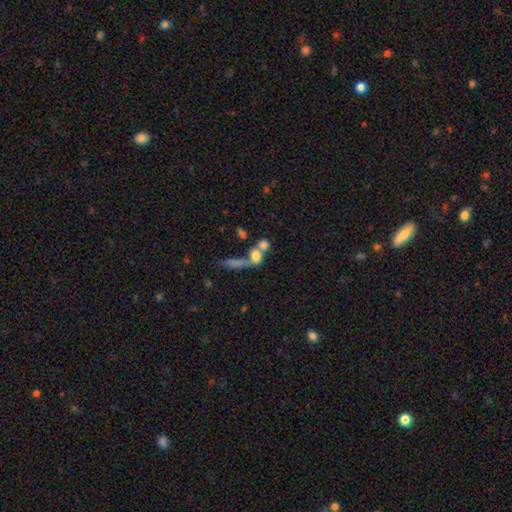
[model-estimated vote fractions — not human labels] A smooth galaxy with no disk features (70%) that is round (56%). Merging: merger (54%).